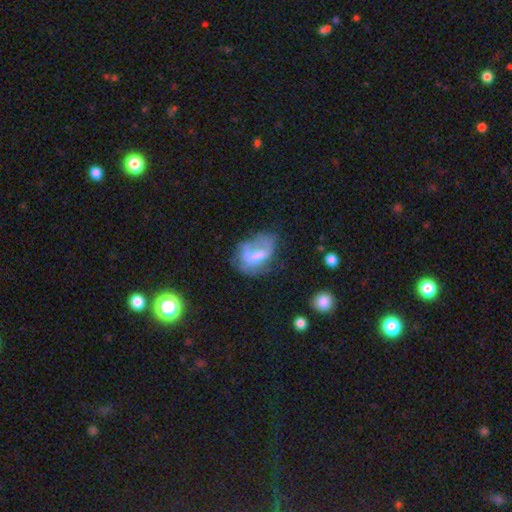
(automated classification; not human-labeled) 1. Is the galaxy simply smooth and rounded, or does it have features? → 49% featured or disk, 41% smooth, 9% star or artifact.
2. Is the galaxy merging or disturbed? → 36% none, 32% major disturbance, 28% minor disturbance, 5% merger.